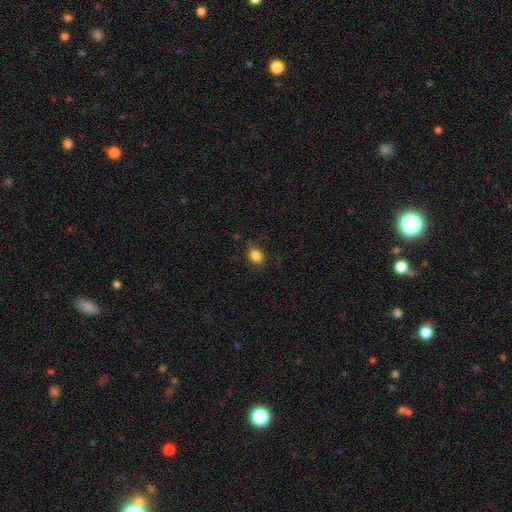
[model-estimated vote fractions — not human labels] smooth_or_featured: smooth (p=0.85) [alt: star or artifact p=0.10]
how_rounded: in between (p=0.63) [alt: round p=0.35]
merging: none (p=0.75) [alt: minor disturbance p=0.19]